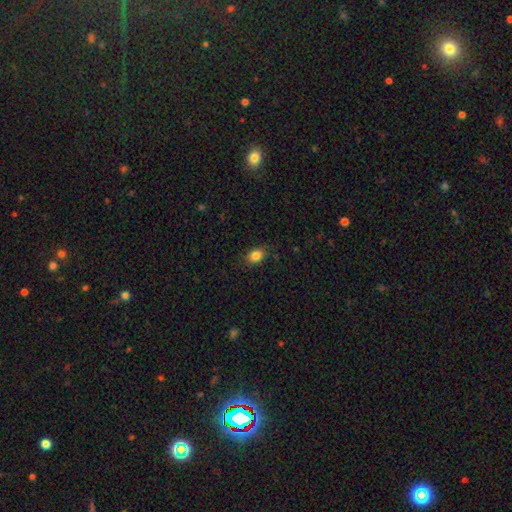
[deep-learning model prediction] The model was most divided on "how rounded": in between: 70%, round: 29%, cigar-shaped: 1%. More confident: smooth or featured — smooth (85%); merging — none (84%).